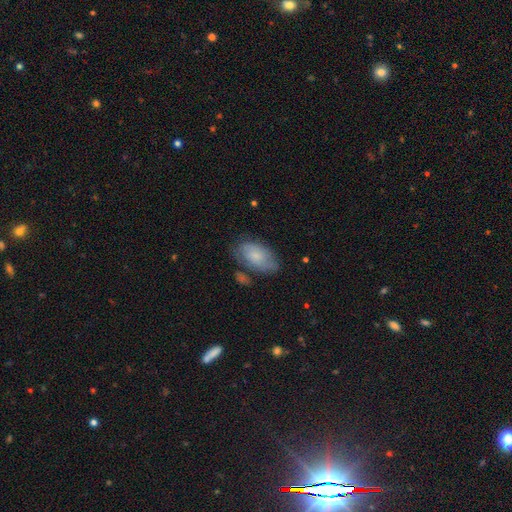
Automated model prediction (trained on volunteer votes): A smooth galaxy with no disk features (64%) that is in between round and cigar-shaped (93%).

Vote fractions:
- Smooth or featured? smooth: 64% / featured or disk: 29% / star or artifact: 7%
- How rounded? in between: 93% / round: 5% / cigar-shaped: 2%
- Merging? none: 60% / minor disturbance: 25% / major disturbance: 8% / merger: 7%